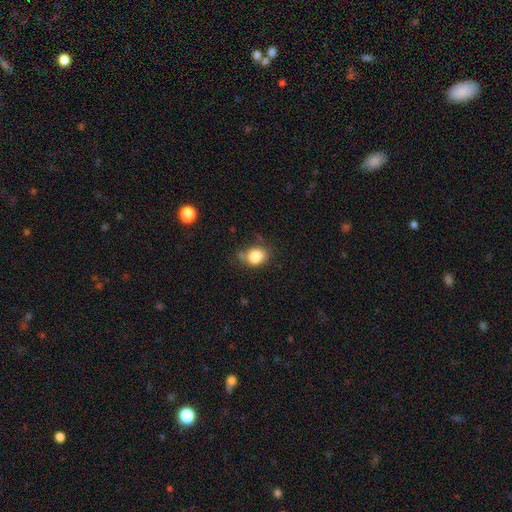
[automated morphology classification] Smooth or featured?
  - smooth: 84% *
  - star or artifact: 10%
  - featured or disk: 6%
How rounded?
  - in between: 51% *
  - round: 48%
  - cigar-shaped: 1%
Merging?
  - none: 59% *
  - minor disturbance: 26%
  - major disturbance: 8%
  - merger: 7%